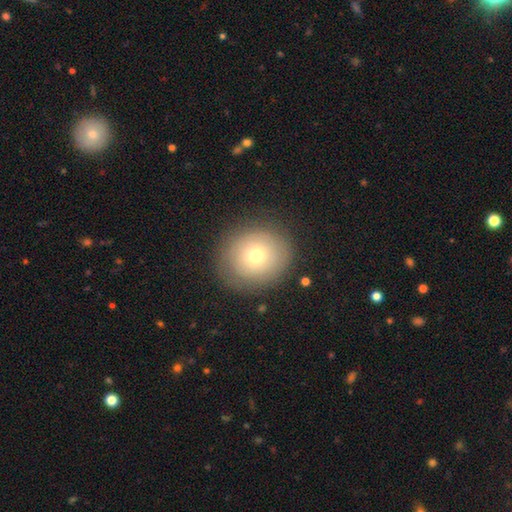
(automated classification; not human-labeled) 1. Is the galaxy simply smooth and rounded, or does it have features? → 69% smooth, 20% featured or disk, 11% star or artifact.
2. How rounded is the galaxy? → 83% round, 16% in between, 1% cigar-shaped.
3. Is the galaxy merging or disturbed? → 84% none, 11% minor disturbance, 4% major disturbance, 1% merger.